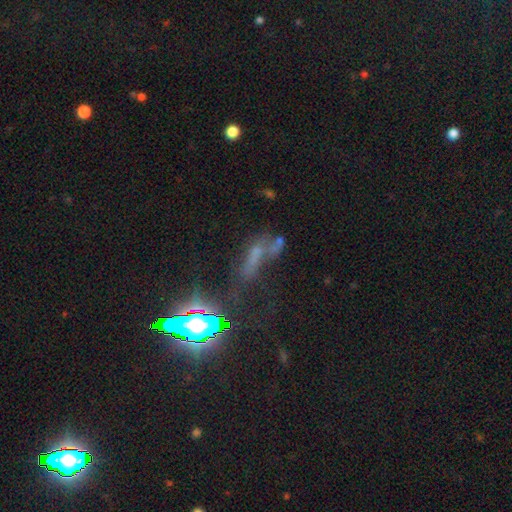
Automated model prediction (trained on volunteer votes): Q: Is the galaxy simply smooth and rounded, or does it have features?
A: star or artifact — 40%.